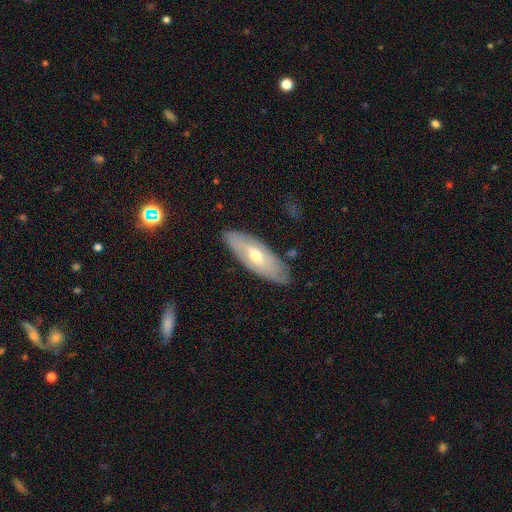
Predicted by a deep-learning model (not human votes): Q: Smooth or featured?
A: featured or disk (52%); runner-up: smooth (42%)
Q: Edge-on disk?
A: no (74%); runner-up: yes (26%)
Q: Merging?
A: none (82%); runner-up: minor disturbance (14%)